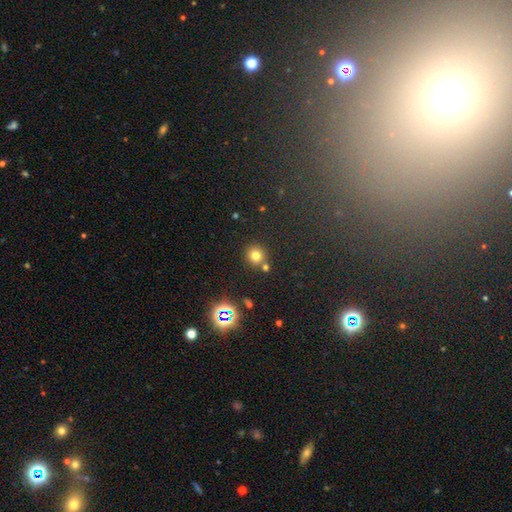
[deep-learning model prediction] The model was most divided on "smooth or featured": smooth: 74%, star or artifact: 18%, featured or disk: 8%. More confident: how rounded — round (90%); merging — none (73%).